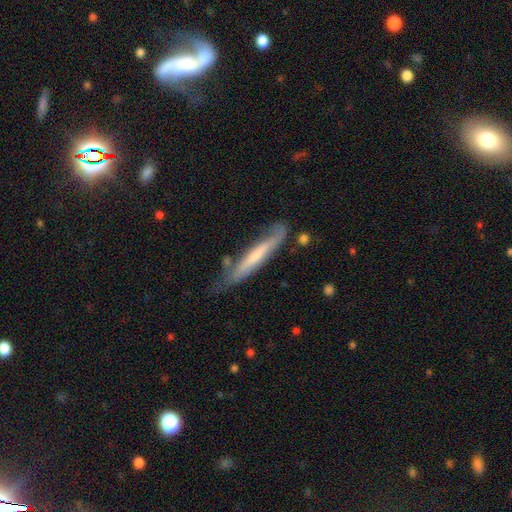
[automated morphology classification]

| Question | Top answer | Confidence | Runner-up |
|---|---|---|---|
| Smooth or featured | smooth | 48% | featured or disk (47%) |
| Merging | none | 61% | minor disturbance (26%) |